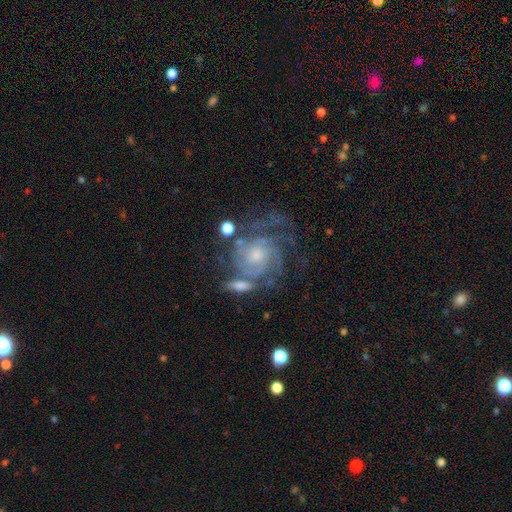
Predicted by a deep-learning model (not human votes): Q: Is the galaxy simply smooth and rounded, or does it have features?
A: featured or disk — 86%.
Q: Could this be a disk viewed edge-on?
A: no — 98%.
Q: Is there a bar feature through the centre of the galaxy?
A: no — 71%.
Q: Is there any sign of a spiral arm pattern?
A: yes — 96%.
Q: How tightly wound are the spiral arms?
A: tight — 64%.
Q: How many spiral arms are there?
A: can't tell — 28%.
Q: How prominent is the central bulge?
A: small — 48%.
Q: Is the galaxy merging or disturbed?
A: none — 53%.